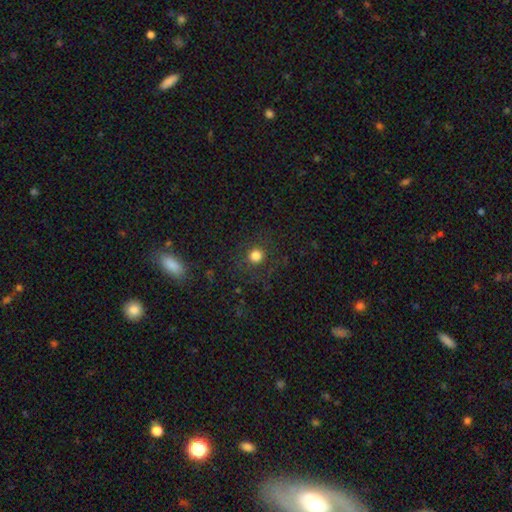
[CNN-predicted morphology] smooth 77%, star or artifact 16%, featured or disk 7%. Down the decision tree: how rounded — round (93%); merging — none (84%).